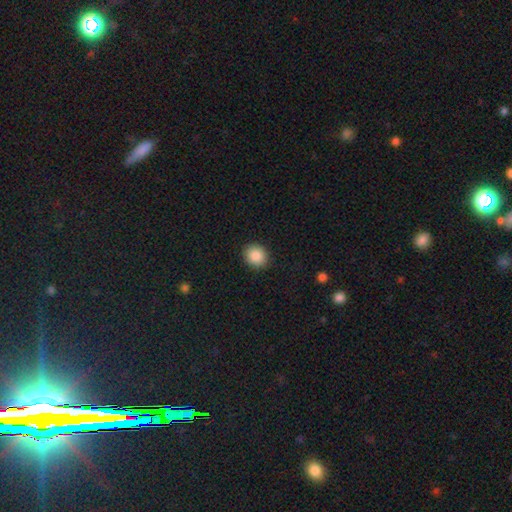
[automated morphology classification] smooth 88%, star or artifact 8%, featured or disk 4%. Down the decision tree: how rounded — round (79%); merging — none (90%).